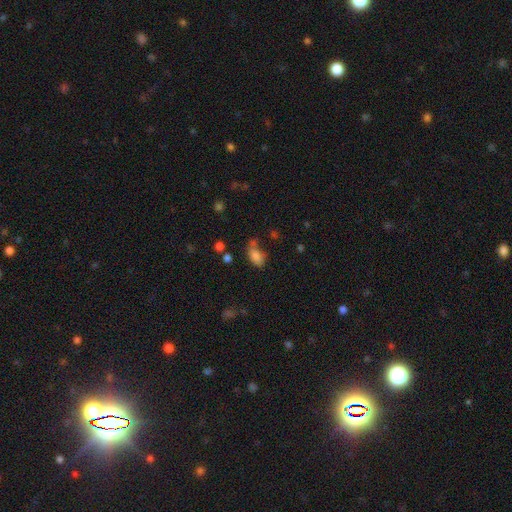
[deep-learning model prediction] The model was most divided on "merging": none: 45%, minor disturbance: 27%, major disturbance: 15%, merger: 14%. More confident: how rounded — in between (89%); smooth or featured — smooth (80%).